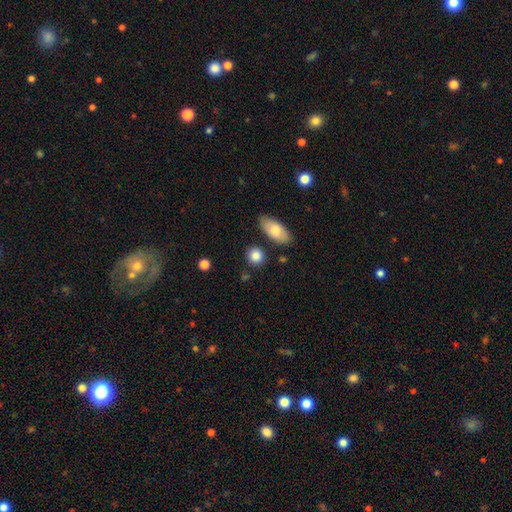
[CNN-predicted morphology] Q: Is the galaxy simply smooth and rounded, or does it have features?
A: smooth — 85%.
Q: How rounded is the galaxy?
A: round — 74%.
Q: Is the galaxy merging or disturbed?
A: none — 81%.